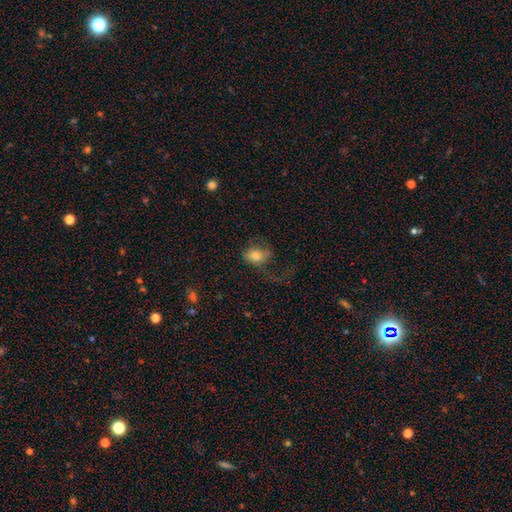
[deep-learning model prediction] smooth_or_featured: smooth (p=0.65) [alt: featured or disk p=0.26]
how_rounded: in between (p=0.68) [alt: round p=0.30]
merging: major disturbance (p=0.49) [alt: none p=0.31]